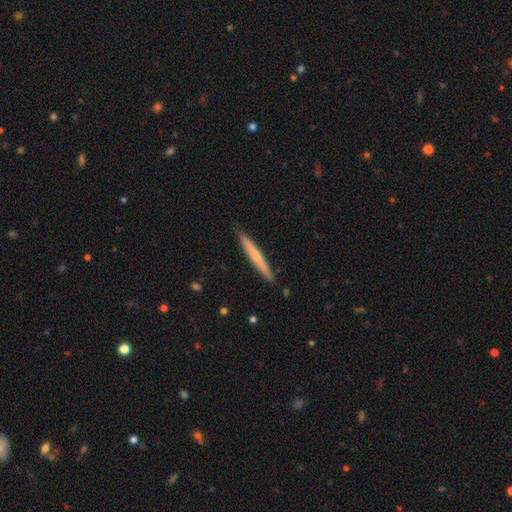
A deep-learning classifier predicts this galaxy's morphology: Smooth or featured: smooth — 51% (featured or disk — 43%)
How rounded: cigar-shaped — 96% (in between — 3%)
Merging: none — 88% (minor disturbance — 10%)